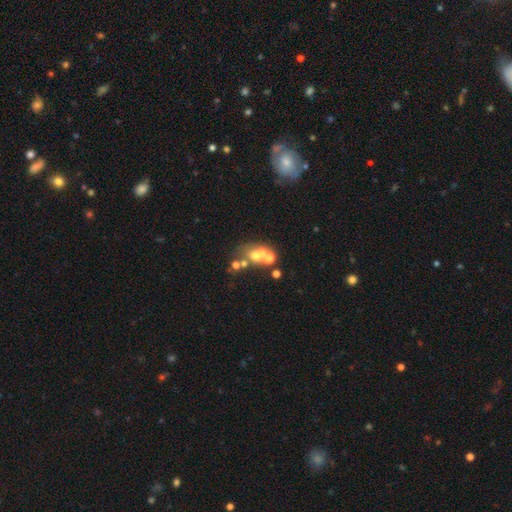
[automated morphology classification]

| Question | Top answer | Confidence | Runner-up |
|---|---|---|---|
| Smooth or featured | smooth | 44% | featured or disk (34%) |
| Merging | merger | 46% | none (37%) |